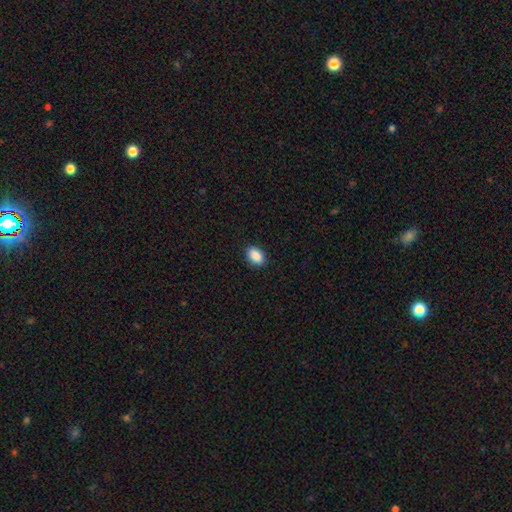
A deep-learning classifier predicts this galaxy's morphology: Overall: smooth (90%). How rounded: in between (86%). Merging: none (89%).